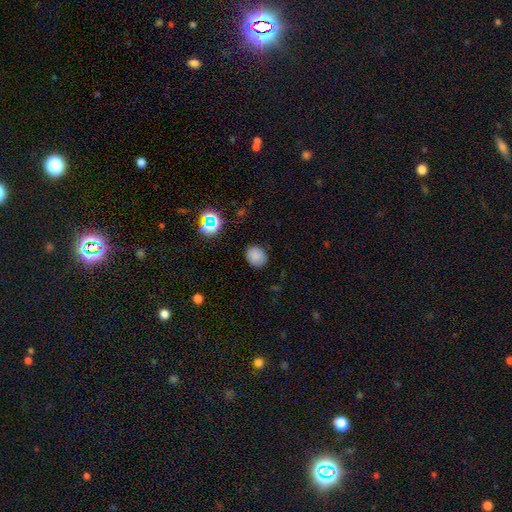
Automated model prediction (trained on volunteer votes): Smooth or featured? smooth (82%)
How rounded? round (66%)
Merging? none (86%)